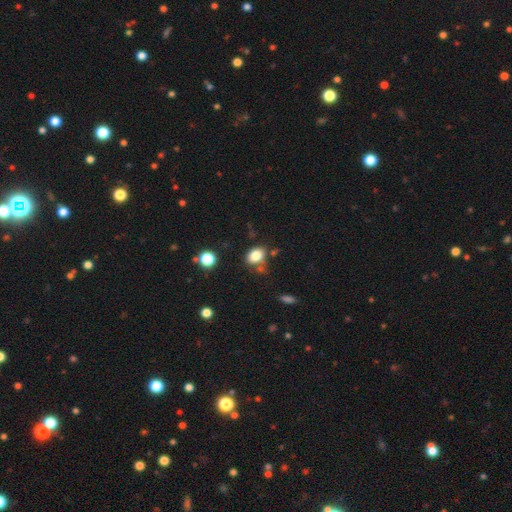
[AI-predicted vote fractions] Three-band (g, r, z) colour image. It shows a smooth galaxy with no disk features (82%) that is in between round and cigar-shaped (70%). Merging: none (66%).